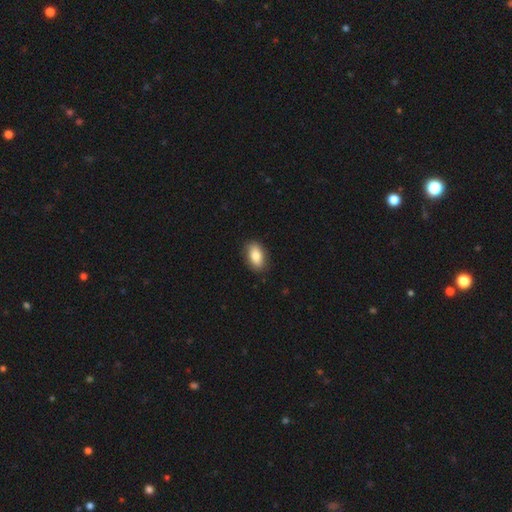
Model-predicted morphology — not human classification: smooth 83%, featured or disk 10%, star or artifact 7%. Down the decision tree: how rounded — in between (91%); merging — none (86%).